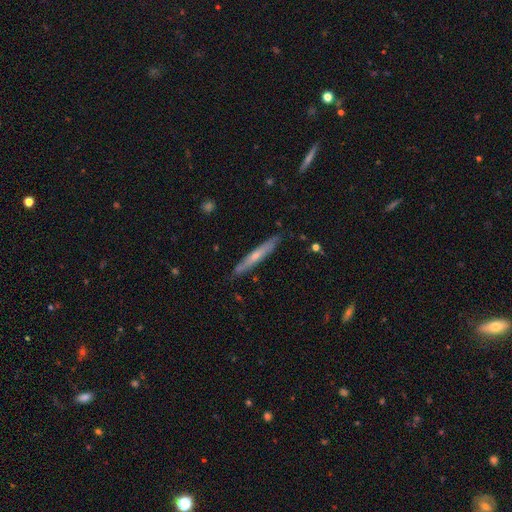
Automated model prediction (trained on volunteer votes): Smooth or featured: featured or disk — 51% (smooth — 43%)
Edge-on disk: yes — 89% (no — 11%)
Merging: none — 85% (minor disturbance — 12%)